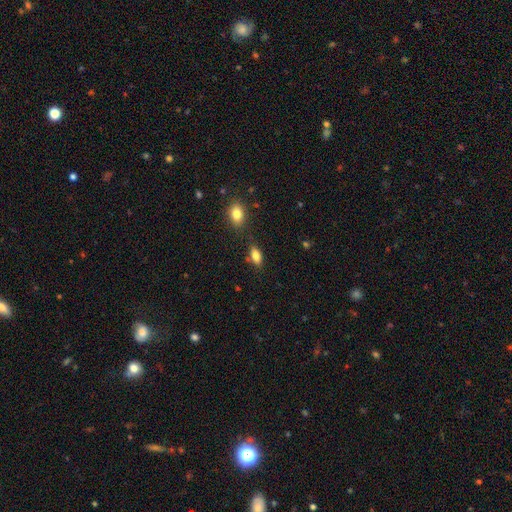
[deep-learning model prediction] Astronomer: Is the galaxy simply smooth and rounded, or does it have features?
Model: smooth — 79%.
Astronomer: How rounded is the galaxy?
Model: in between — 85%.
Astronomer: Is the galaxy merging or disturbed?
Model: none — 74%.